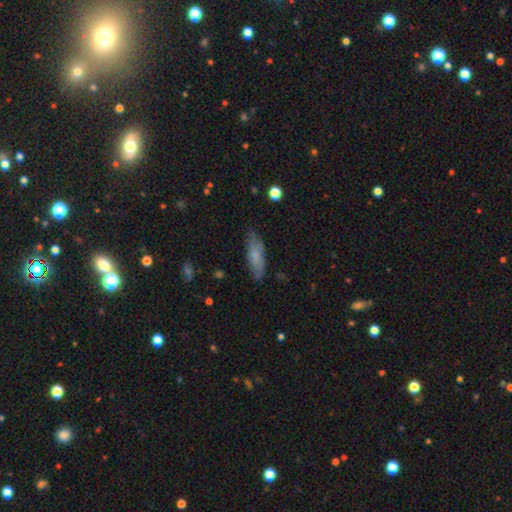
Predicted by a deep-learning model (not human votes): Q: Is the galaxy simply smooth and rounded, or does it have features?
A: smooth — 73%.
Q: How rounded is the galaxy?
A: cigar-shaped — 49%, tied with in between.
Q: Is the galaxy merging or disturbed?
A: none — 75%.